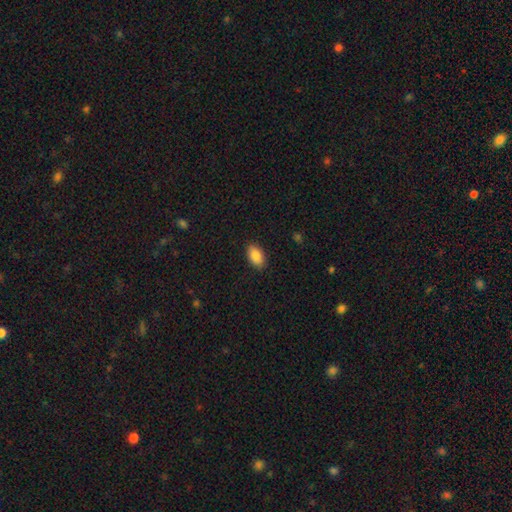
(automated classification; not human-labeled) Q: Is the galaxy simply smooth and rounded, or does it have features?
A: smooth — 89%.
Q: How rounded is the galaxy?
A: in between — 94%.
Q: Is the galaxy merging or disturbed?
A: none — 88%.